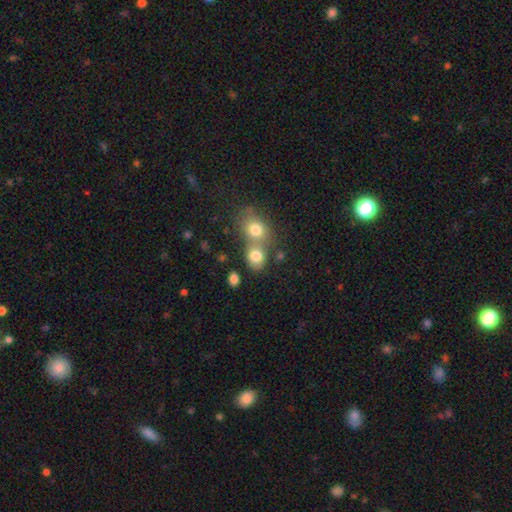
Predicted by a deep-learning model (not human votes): Q: Smooth or featured?
A: smooth (79%); runner-up: star or artifact (11%)
Q: How rounded?
A: round (52%); runner-up: in between (47%)
Q: Merging?
A: merger (53%); runner-up: none (35%)